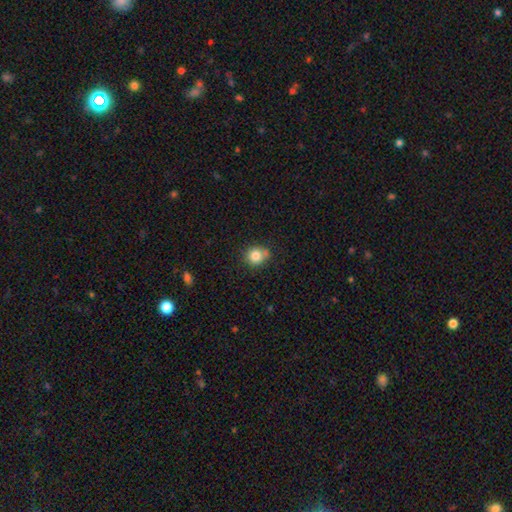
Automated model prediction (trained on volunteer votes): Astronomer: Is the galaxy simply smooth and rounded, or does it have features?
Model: smooth — 83%.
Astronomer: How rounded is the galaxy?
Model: round — 81%.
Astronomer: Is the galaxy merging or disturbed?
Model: none — 67%.